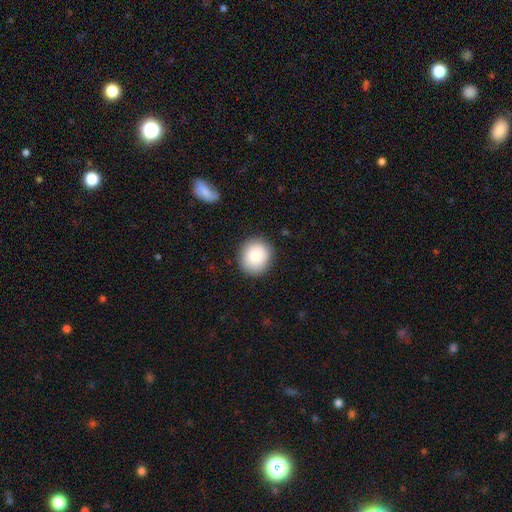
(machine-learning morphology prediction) This appears to be a smooth galaxy with no disk features (85%) that is round (82%). Merging: none (88%).